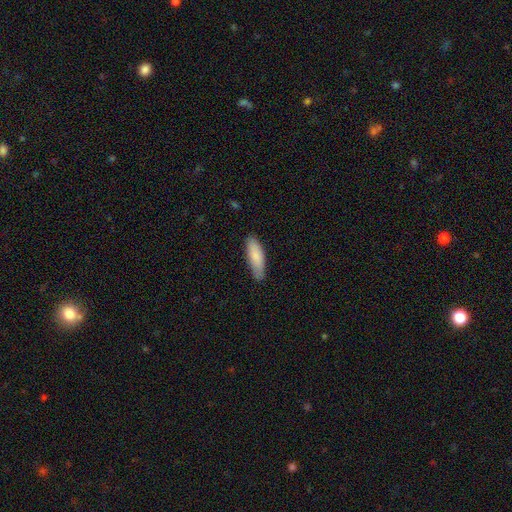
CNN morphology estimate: Smooth or featured: smooth — 84% (featured or disk — 10%)
How rounded: in between — 52% (cigar-shaped — 47%)
Merging: none — 79% (minor disturbance — 17%)